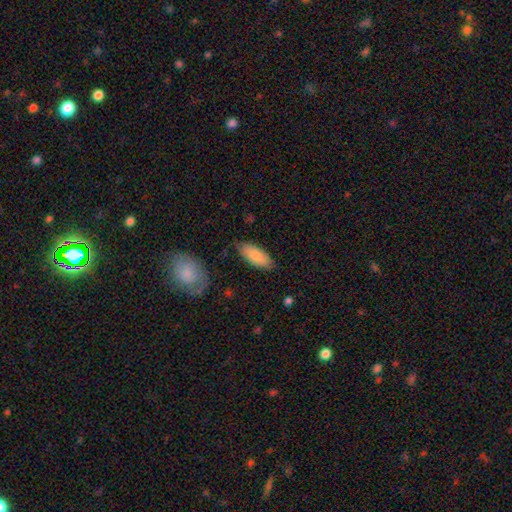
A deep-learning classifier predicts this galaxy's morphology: Smooth or featured? Predicted: smooth (p=0.80). How rounded? Predicted: in between (p=0.82). Merging? Predicted: none (p=0.79).